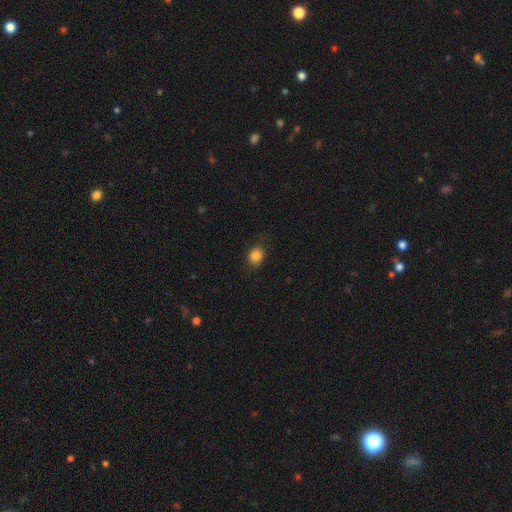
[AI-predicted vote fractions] A smooth galaxy with no disk features (85%) that is round (61%). Merging: none (77%).